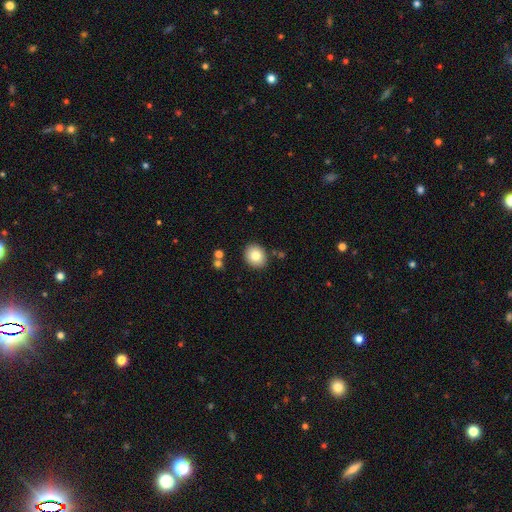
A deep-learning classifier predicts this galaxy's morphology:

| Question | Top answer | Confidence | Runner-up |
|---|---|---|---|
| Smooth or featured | smooth | 81% | featured or disk (10%) |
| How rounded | round | 70% | in between (29%) |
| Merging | none | 85% | minor disturbance (9%) |